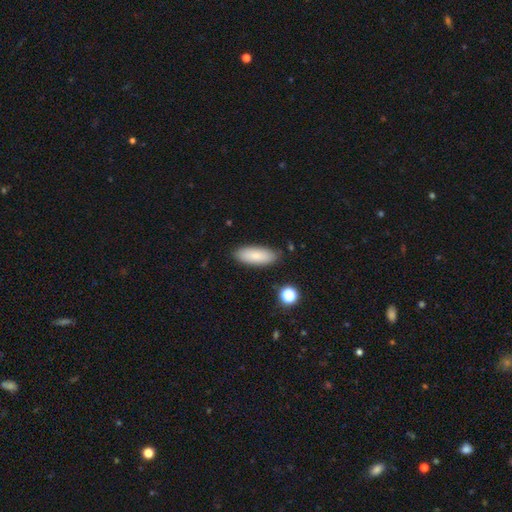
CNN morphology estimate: Smooth or featured? smooth (83%)
How rounded? in between (75%)
Merging? none (85%)